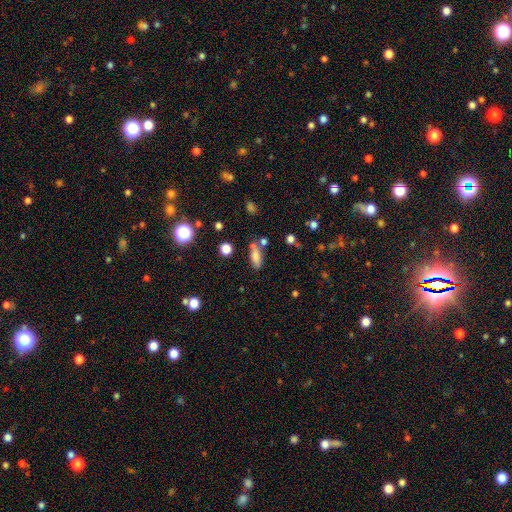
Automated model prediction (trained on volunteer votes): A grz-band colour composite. It shows a smooth galaxy with no disk features (77%) that is in between round and cigar-shaped (70%). Merging: none (61%).